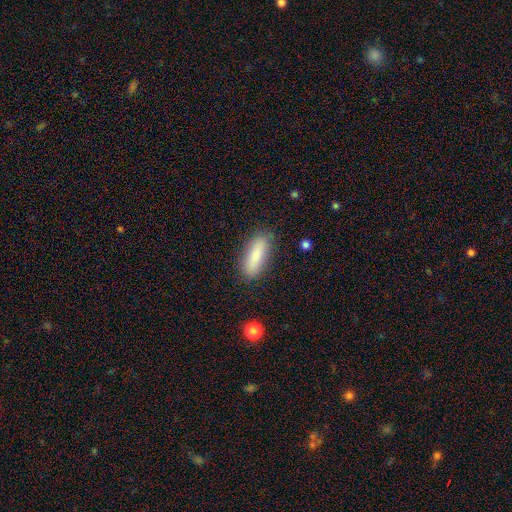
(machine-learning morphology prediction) Smooth or featured? smooth (81%)
How rounded? in between (60%)
Merging? none (84%)